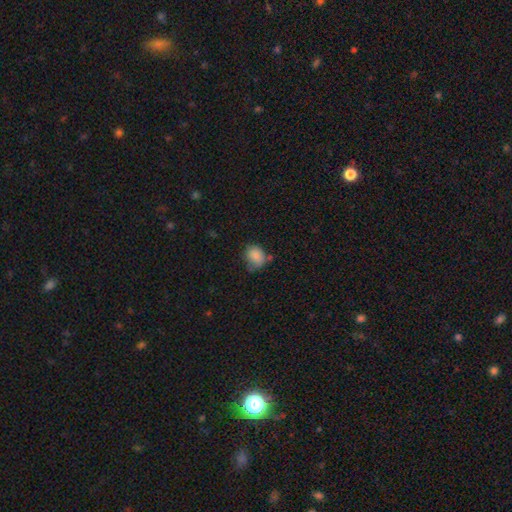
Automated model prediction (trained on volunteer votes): Smooth or featured?
  - smooth: 84% *
  - star or artifact: 9%
  - featured or disk: 7%
How rounded?
  - round: 59% *
  - in between: 40%
  - cigar-shaped: 1%
Merging?
  - none: 57% *
  - minor disturbance: 28%
  - merger: 8%
  - major disturbance: 7%